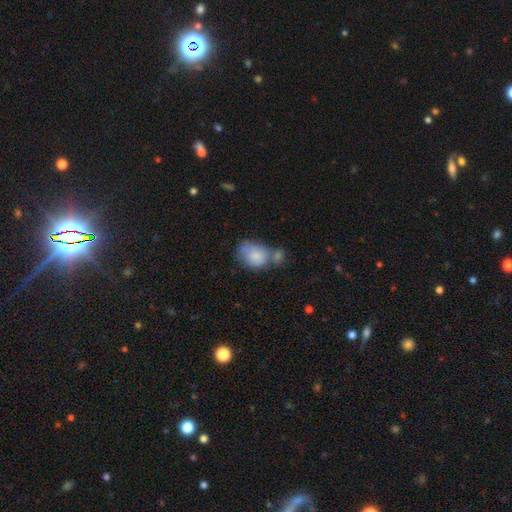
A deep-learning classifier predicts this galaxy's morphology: Smooth or featured: smooth — 78% (featured or disk — 14%)
How rounded: in between — 66% (round — 33%)
Merging: merger — 42% (none — 29%)